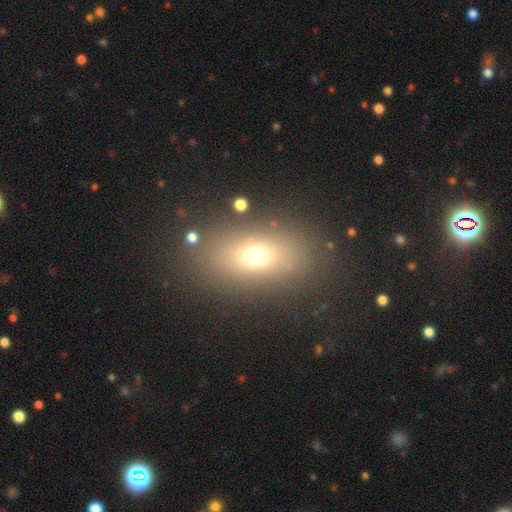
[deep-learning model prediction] smooth-or-featured: smooth: 66% | star or artifact: 18% | featured or disk: 16%
  how-rounded: in between: 75% | round: 17% | cigar-shaped: 8%
  merging: none: 84% | minor disturbance: 9% | major disturbance: 5% | merger: 3%